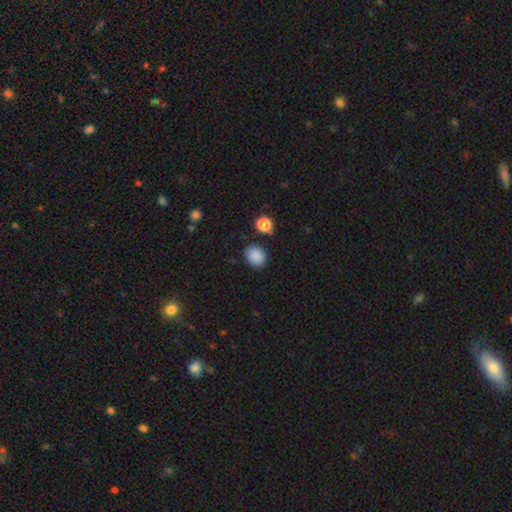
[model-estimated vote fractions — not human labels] Smooth or featured?
  - smooth: 87% *
  - star or artifact: 10%
  - featured or disk: 4%
How rounded?
  - round: 63% *
  - in between: 36%
  - cigar-shaped: 1%
Merging?
  - none: 85% *
  - minor disturbance: 9%
  - merger: 3%
  - major disturbance: 3%